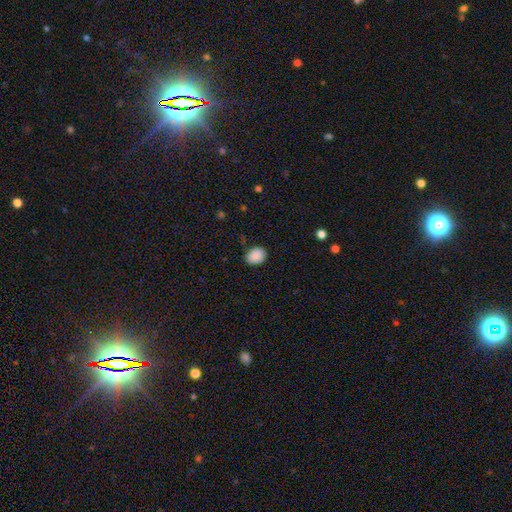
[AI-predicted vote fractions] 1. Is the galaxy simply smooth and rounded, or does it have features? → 89% smooth, 8% star or artifact, 3% featured or disk.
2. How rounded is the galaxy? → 51% in between, 48% round, 1% cigar-shaped.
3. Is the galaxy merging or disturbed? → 84% none, 12% minor disturbance, 3% major disturbance, 1% merger.